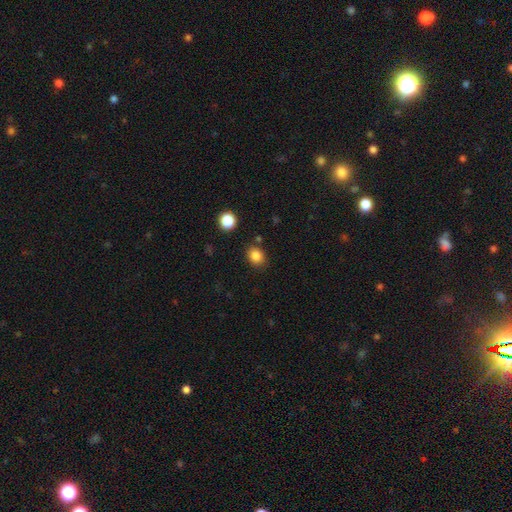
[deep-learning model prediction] A smooth galaxy with no disk features (84%) that is round (58%).

Vote fractions:
- Smooth or featured? smooth: 84% / star or artifact: 11% / featured or disk: 5%
- How rounded? round: 58% / in between: 41% / cigar-shaped: 1%
- Merging? none: 83% / minor disturbance: 10% / merger: 4% / major disturbance: 3%